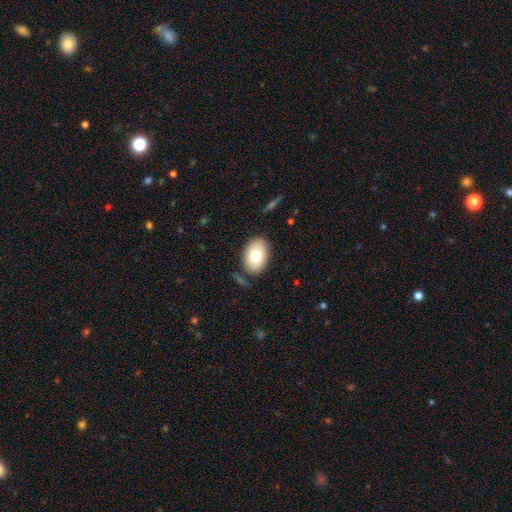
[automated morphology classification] Smooth or featured?
  - smooth: 78% *
  - featured or disk: 15%
  - star or artifact: 7%
How rounded?
  - in between: 85% *
  - round: 14%
  - cigar-shaped: 1%
Merging?
  - none: 83% *
  - minor disturbance: 11%
  - major disturbance: 3%
  - merger: 3%